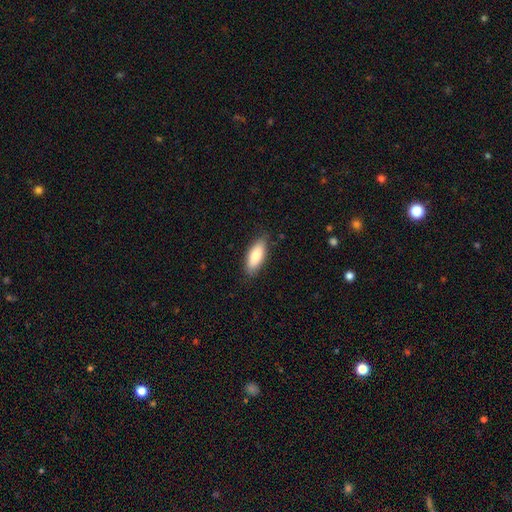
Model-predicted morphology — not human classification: A smooth galaxy with no disk features (83%) that is in between round and cigar-shaped (75%).

Vote fractions:
- Smooth or featured? smooth: 83% / featured or disk: 11% / star or artifact: 6%
- How rounded? in between: 75% / cigar-shaped: 23% / round: 2%
- Merging? none: 83% / minor disturbance: 13% / major disturbance: 2% / merger: 1%